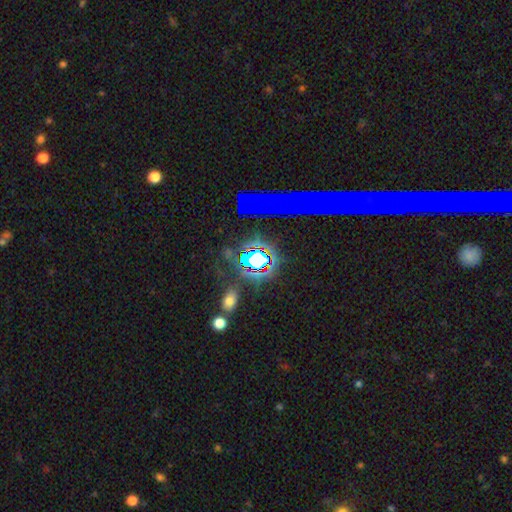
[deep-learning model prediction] star or artifact 58%, smooth 22%, featured or disk 21%.